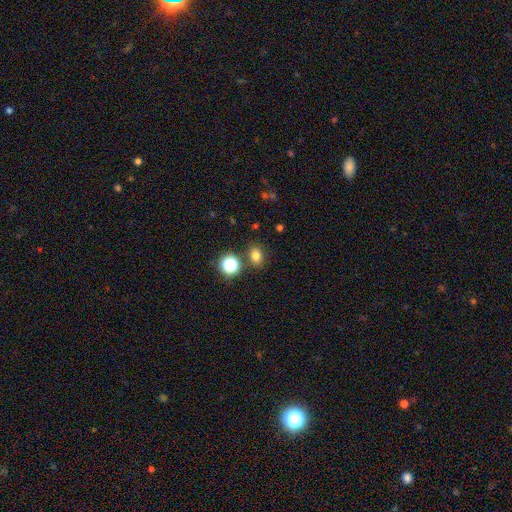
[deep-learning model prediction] Smooth or featured: smooth — 76% (star or artifact — 17%)
How rounded: in between — 52% (round — 47%)
Merging: none — 80% (minor disturbance — 10%)